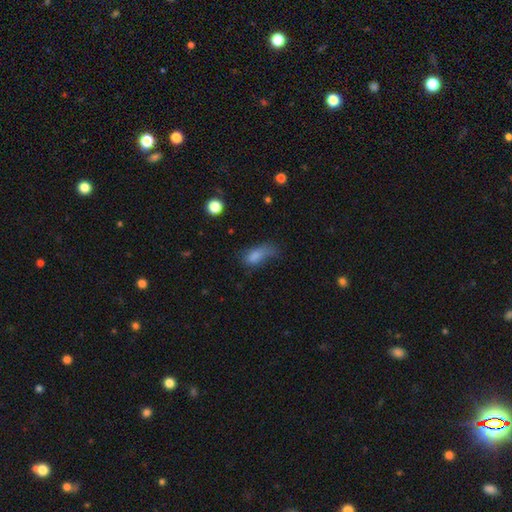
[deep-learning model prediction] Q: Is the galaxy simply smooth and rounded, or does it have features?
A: smooth — 75%.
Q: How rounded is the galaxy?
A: in between — 81%.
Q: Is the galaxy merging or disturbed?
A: major disturbance — 40%.